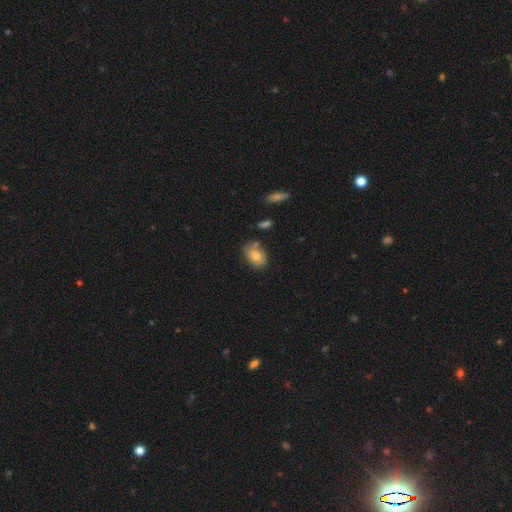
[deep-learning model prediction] This appears to be a smooth galaxy with no disk features (78%) that is in between round and cigar-shaped (84%). Merging: none (70%).